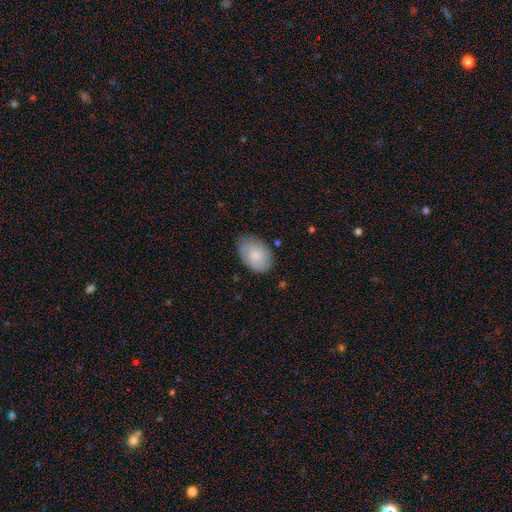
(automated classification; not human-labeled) Smooth or featured? Predicted: smooth (p=0.77). How rounded? Predicted: in between (p=0.86). Merging? Predicted: none (p=0.76).